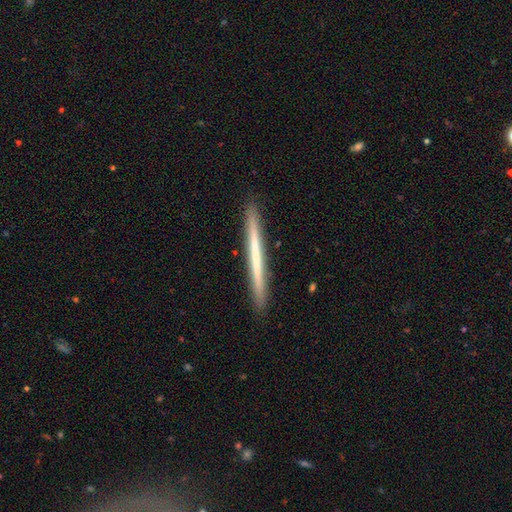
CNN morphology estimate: type=featured or disk (48%); merging=none (92%).